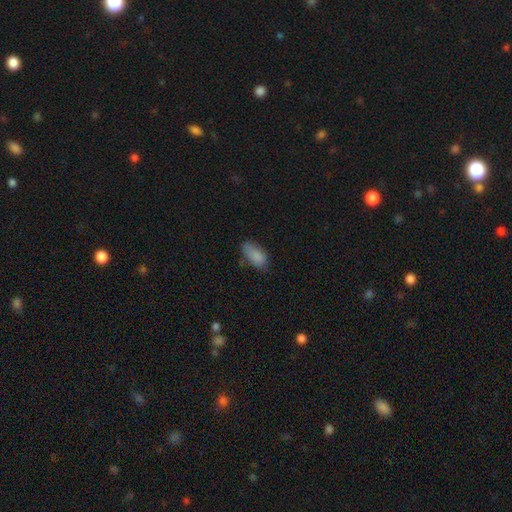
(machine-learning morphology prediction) Q: Smooth or featured?
A: smooth (85%); runner-up: star or artifact (8%)
Q: How rounded?
A: in between (92%); runner-up: cigar-shaped (6%)
Q: Merging?
A: none (65%); runner-up: minor disturbance (27%)